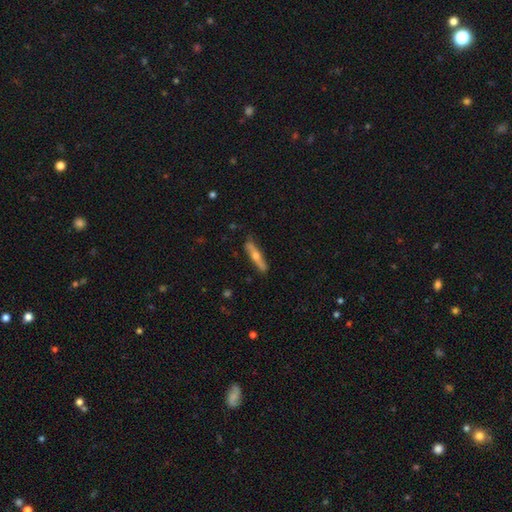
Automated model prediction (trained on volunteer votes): smooth-or-featured: featured or disk: 56% | smooth: 39% | star or artifact: 6%
  disk-edge-on: yes: 90% | no: 10%
    edge-on-bulge: rounded: 89% | none: 7% | boxy: 4%
  merging: none: 83% | minor disturbance: 13% | major disturbance: 2% | merger: 1%